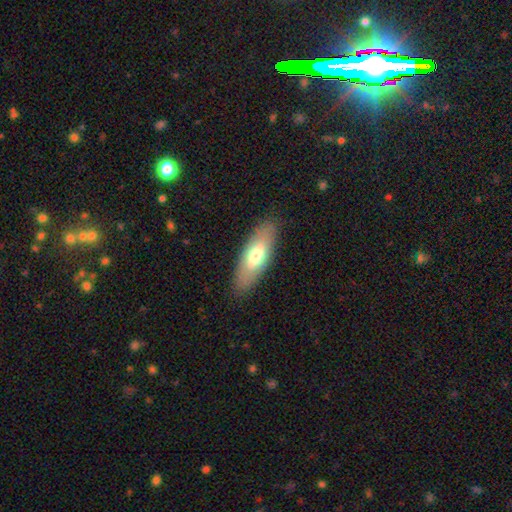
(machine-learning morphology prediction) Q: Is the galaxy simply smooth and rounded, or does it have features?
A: smooth — 61%.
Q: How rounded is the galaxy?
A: in between — 70%.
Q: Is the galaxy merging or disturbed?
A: none — 86%.